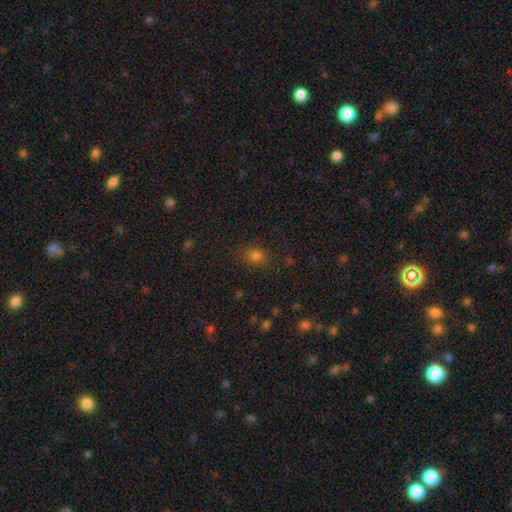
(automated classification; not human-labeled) smooth_or_featured: smooth (p=0.76) [alt: star or artifact p=0.18]
how_rounded: in between (p=0.55) [alt: round p=0.43]
merging: none (p=0.82) [alt: minor disturbance p=0.13]